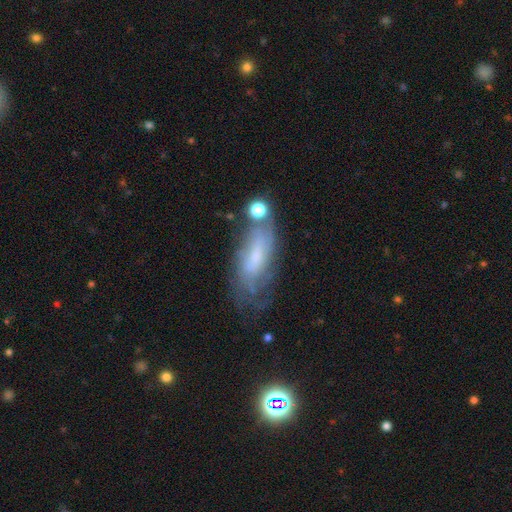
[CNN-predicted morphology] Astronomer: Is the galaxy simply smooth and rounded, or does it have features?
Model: featured or disk — 56% (runner-up: smooth, 34%).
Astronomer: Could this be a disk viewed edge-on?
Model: no — 82%.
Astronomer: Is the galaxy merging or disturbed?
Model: none — 54%.